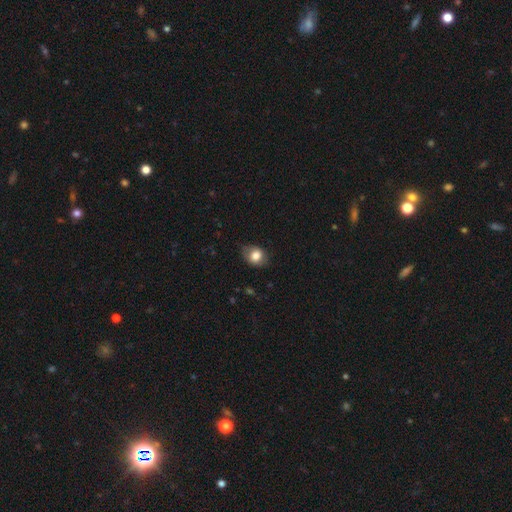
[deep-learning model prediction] This is likely a smooth galaxy (79%). How rounded: possibly in between (52%). Merging: likely none (67%).